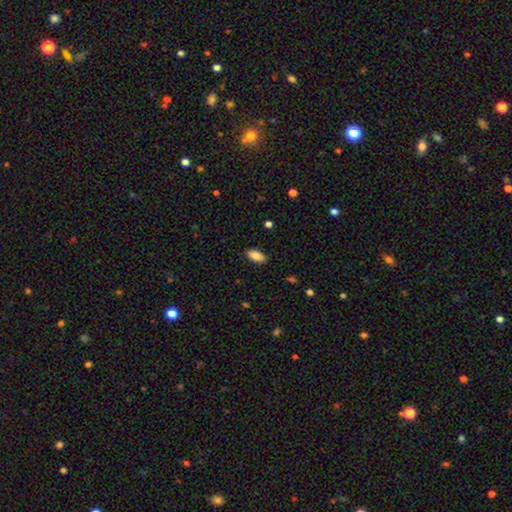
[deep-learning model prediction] A smooth galaxy with no disk features (85%) that is in between round and cigar-shaped (89%).

Vote fractions:
- Smooth or featured? smooth: 85% / featured or disk: 8% / star or artifact: 7%
- How rounded? in between: 89% / cigar-shaped: 9% / round: 2%
- Merging? none: 88% / minor disturbance: 9% / major disturbance: 2% / merger: 1%